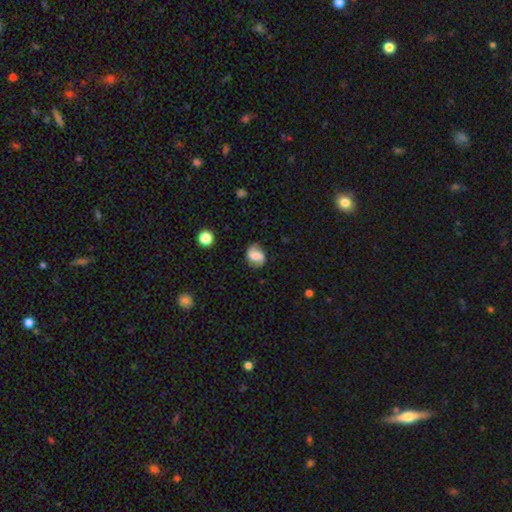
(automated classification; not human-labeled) Smooth or featured? Predicted: featured or disk (p=0.48). Merging? Predicted: none (p=0.75).